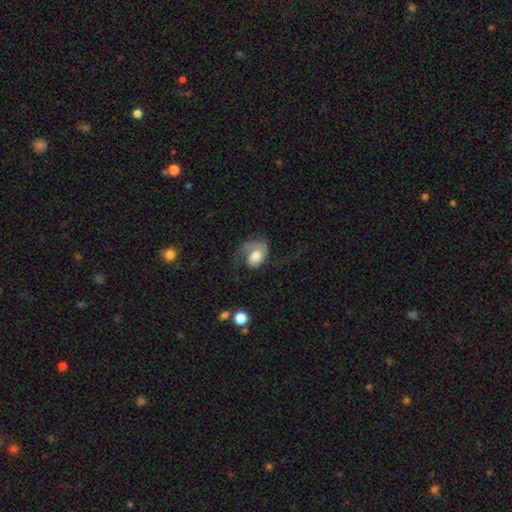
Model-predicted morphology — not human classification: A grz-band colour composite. It shows a featured or disk galaxy (56%) with no bar (73%), spiral arms (85%) and a moderate central bulge (49%). Merging: major disturbance (41%).